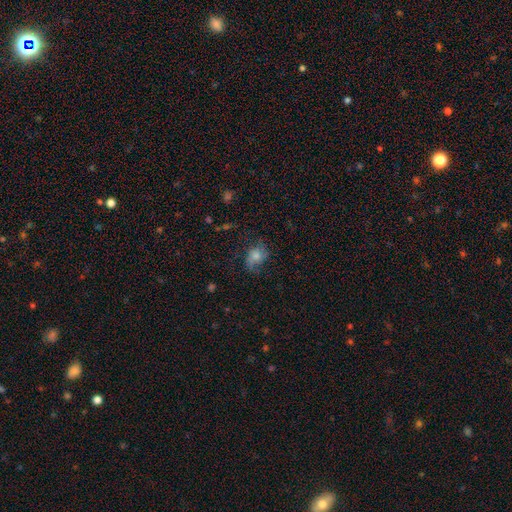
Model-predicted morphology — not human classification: smooth_or_featured: smooth (p=0.44) [alt: featured or disk p=0.42]
merging: none (p=0.60) [alt: minor disturbance p=0.23]